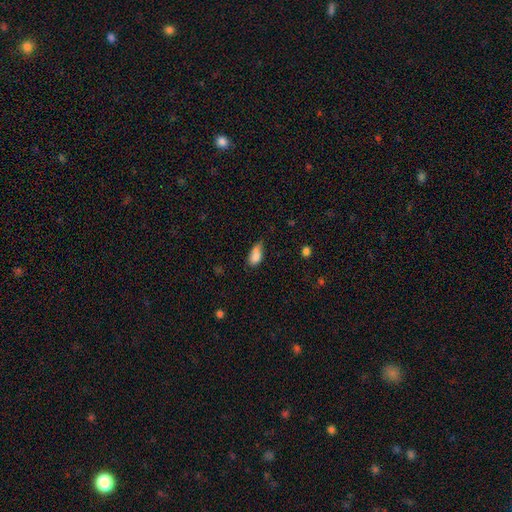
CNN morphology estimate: A smooth galaxy with no disk features (83%) that is in between round and cigar-shaped (88%).

Vote fractions:
- Smooth or featured? smooth: 83% / featured or disk: 9% / star or artifact: 8%
- How rounded? in between: 88% / cigar-shaped: 6% / round: 6%
- Merging? minor disturbance: 44% / none: 39% / major disturbance: 12% / merger: 5%